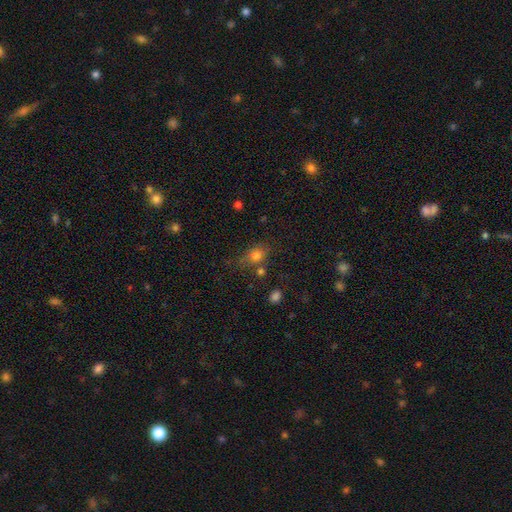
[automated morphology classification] type=smooth (78%); roundness=in between (52%); merging=none (60%).